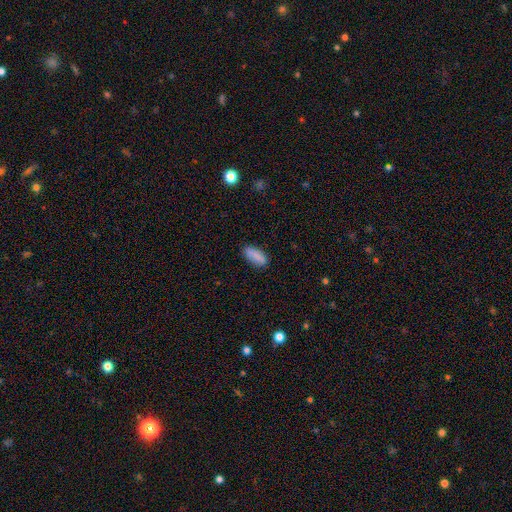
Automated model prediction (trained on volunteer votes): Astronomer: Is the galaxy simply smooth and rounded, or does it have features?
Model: smooth — 86%.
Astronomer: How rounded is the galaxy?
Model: in between — 77%.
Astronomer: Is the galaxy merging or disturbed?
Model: none — 83%.